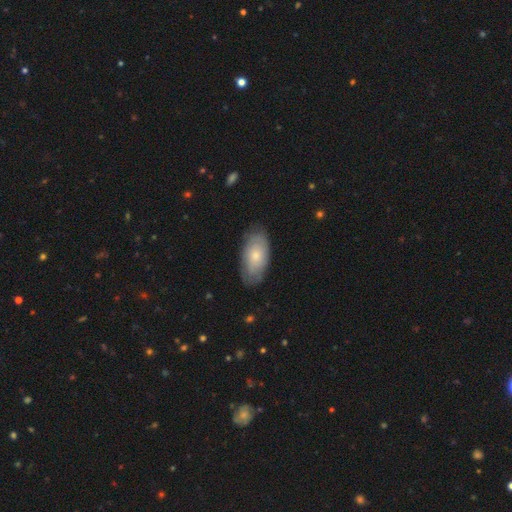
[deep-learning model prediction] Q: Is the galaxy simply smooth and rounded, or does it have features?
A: smooth — 63%.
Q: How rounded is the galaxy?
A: in between — 93%.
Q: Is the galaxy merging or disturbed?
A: none — 76%.